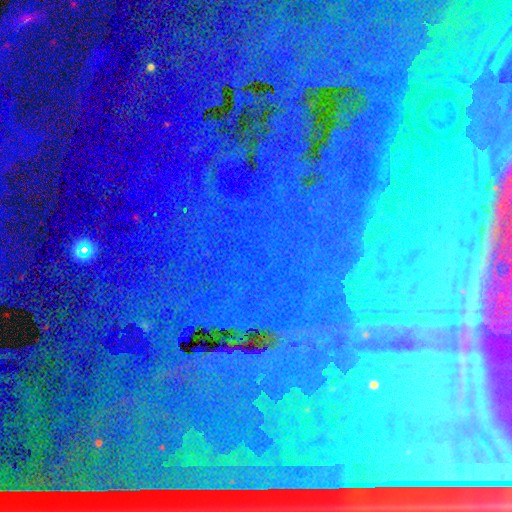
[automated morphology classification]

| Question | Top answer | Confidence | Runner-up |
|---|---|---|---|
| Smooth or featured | star or artifact | 85% | featured or disk (9%) |